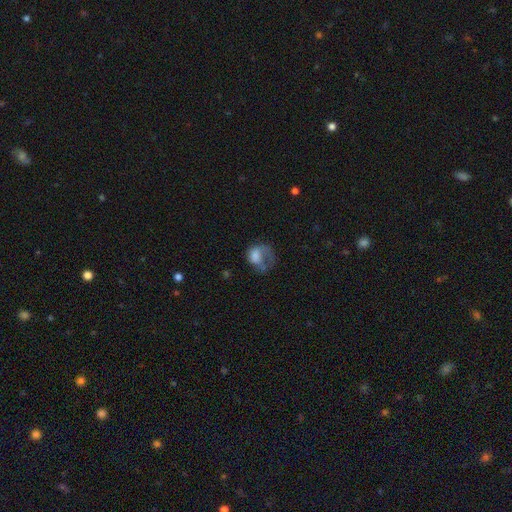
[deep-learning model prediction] smooth_or_featured: smooth (p=0.57) [alt: featured or disk p=0.33]
how_rounded: in between (p=0.52) [alt: round p=0.47]
merging: major disturbance (p=0.54) [alt: none p=0.22]